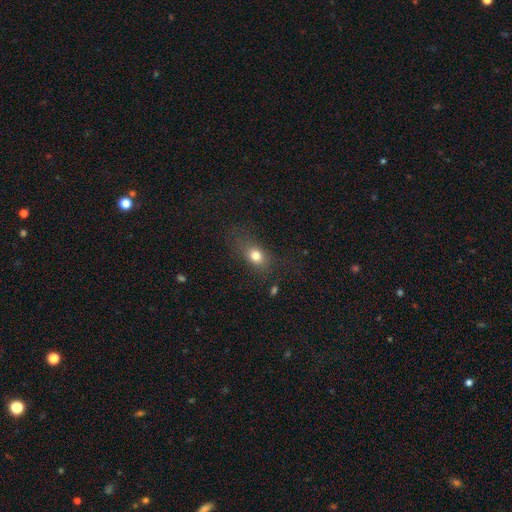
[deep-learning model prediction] Smooth or featured? smooth (76%)
How rounded? in between (64%)
Merging? none (66%)